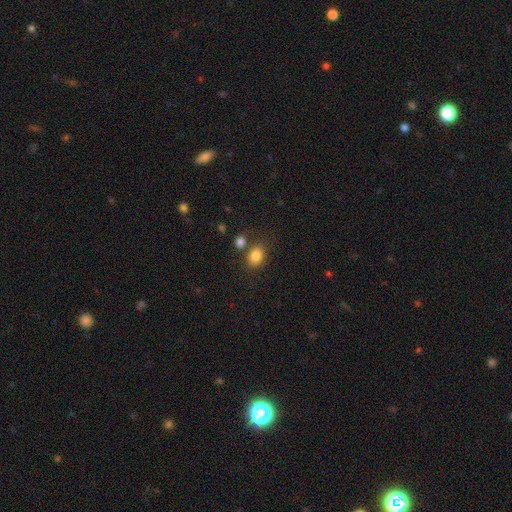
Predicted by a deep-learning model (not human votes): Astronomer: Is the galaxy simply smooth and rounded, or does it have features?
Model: smooth — 84%.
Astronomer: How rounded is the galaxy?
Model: in between — 64%.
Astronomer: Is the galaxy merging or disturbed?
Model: none — 69%.